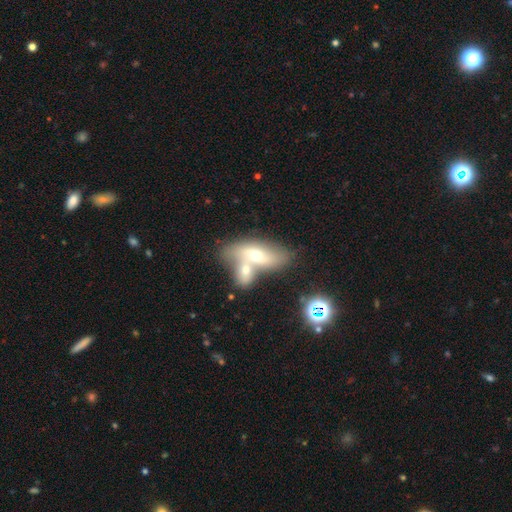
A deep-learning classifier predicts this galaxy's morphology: smooth 51%, featured or disk 40%, star or artifact 9%. Down the decision tree: how rounded — in between (79%); merging — merger (69%).